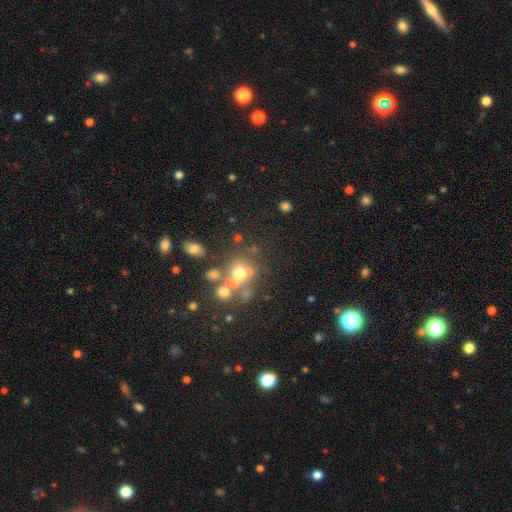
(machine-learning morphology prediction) star or artifact 44%, smooth 38%, featured or disk 18%.